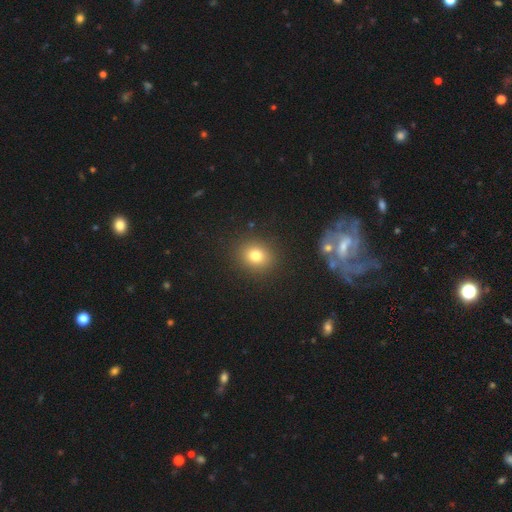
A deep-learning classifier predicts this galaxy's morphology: A smooth galaxy with no disk features (79%) that is round (74%). Merging: none (89%).